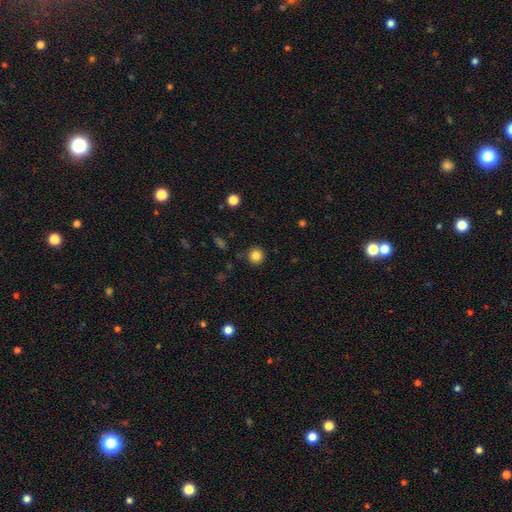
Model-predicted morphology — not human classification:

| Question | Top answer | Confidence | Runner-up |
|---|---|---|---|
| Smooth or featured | smooth | 83% | star or artifact (11%) |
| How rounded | round | 93% | in between (6%) |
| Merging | none | 88% | minor disturbance (8%) |